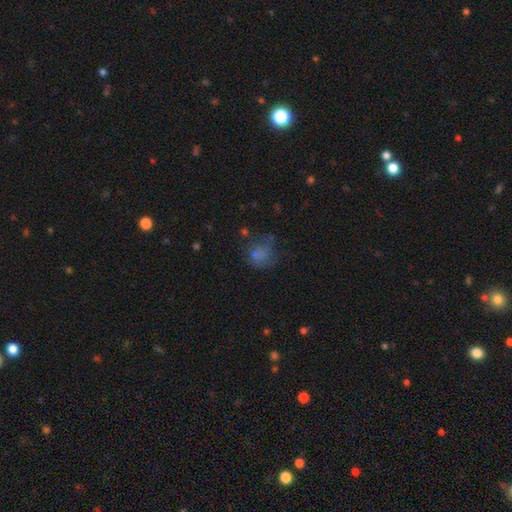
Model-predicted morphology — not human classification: smooth 57%, star or artifact 23%, featured or disk 20%. Down the decision tree: how rounded — round (70%); merging — none (52%).